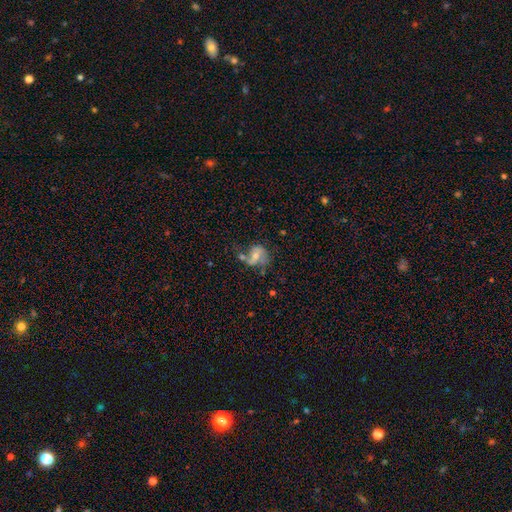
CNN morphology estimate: Smooth or featured: featured or disk — 50% (smooth — 40%)
Edge-on disk: no — 97% (yes — 3%)
Merging: none — 36% (minor disturbance — 24%)